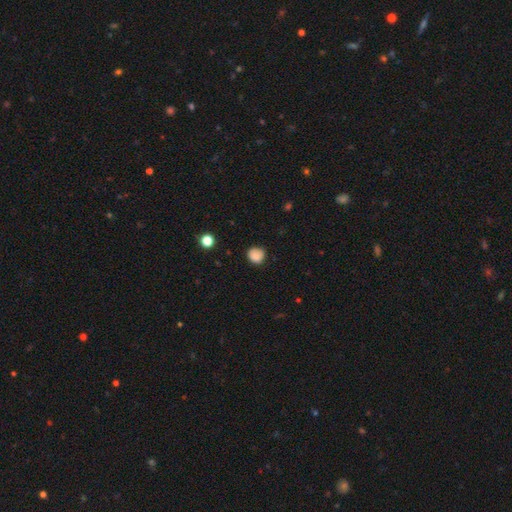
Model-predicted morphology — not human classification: A smooth galaxy with no disk features (83%) that is round (85%). Merging: none (77%).